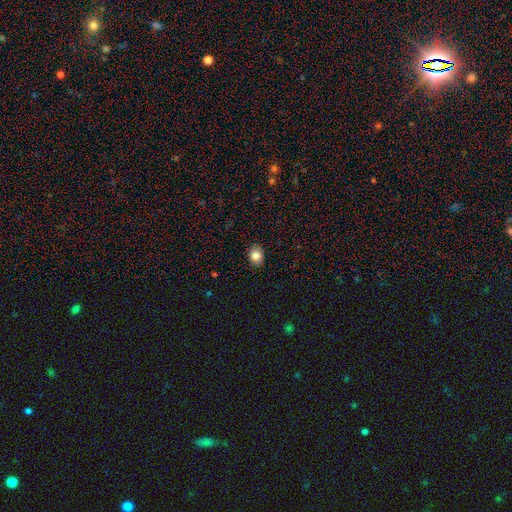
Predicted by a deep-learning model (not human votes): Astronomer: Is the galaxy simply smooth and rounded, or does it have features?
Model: smooth — 82%.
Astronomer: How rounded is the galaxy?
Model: round — 50% (runner-up: in between, 49%).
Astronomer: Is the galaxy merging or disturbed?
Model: none — 88%.